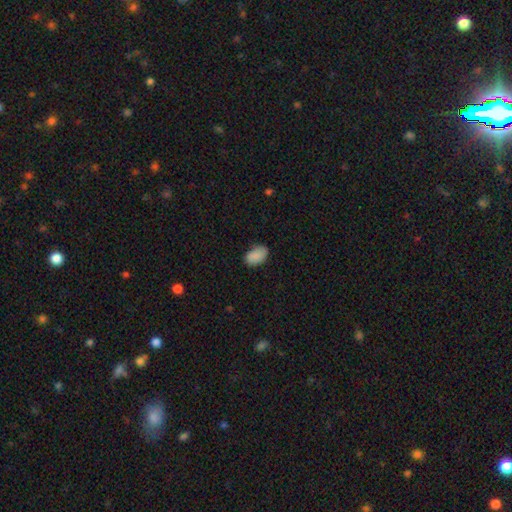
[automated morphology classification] This is clearly a smooth galaxy (88%). How rounded: clearly in between (88%). Merging: likely none (77%).